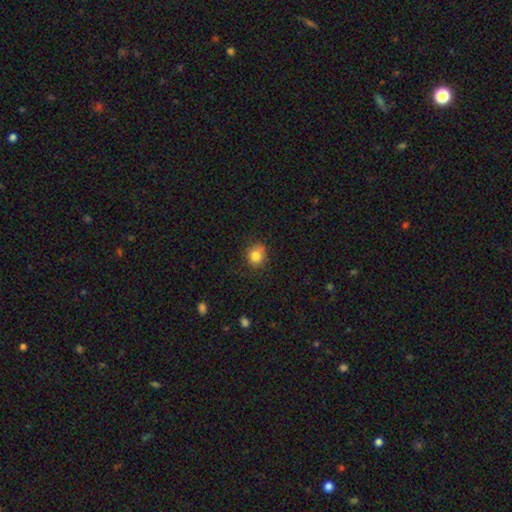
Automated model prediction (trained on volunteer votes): The model was most divided on "merging": none: 70%, minor disturbance: 22%, major disturbance: 5%, merger: 3%. More confident: smooth or featured — smooth (82%); how rounded — round (78%).